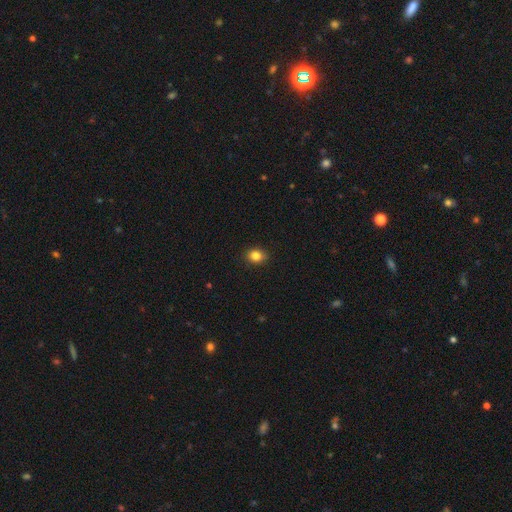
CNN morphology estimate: The model was most divided on "how rounded": round: 54%, in between: 45%, cigar-shaped: 1%. More confident: merging — none (88%); smooth or featured — smooth (84%).